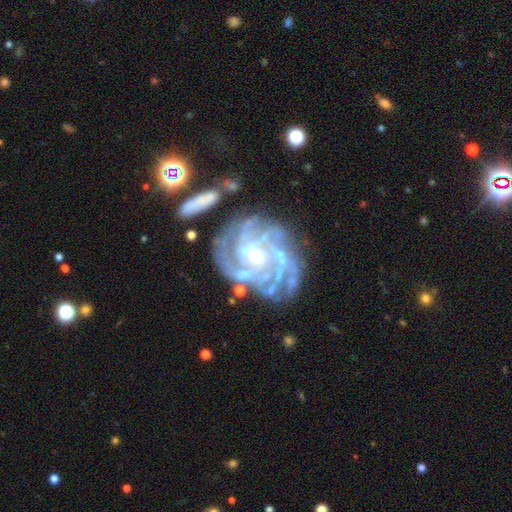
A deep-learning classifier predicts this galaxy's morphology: featured or disk 89%, star or artifact 6%, smooth 5%. Down the decision tree: edge-on disk — no (98%); bar — no (70%); spiral arms — yes (95%); spiral arm count — can't tell (30%); spiral winding — tight (69%); bulge size — small (63%); merging — none (65%).